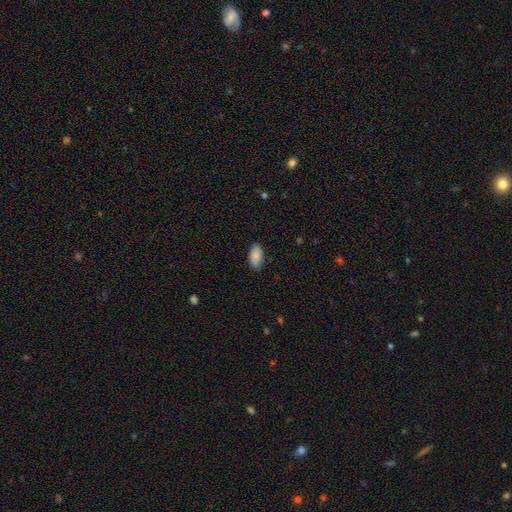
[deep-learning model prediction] A smooth galaxy with no disk features (86%) that is in between round and cigar-shaped (94%).

Vote fractions:
- Smooth or featured? smooth: 86% / featured or disk: 7% / star or artifact: 7%
- How rounded? in between: 94% / cigar-shaped: 3% / round: 2%
- Merging? none: 86% / minor disturbance: 11% / major disturbance: 2% / merger: 1%